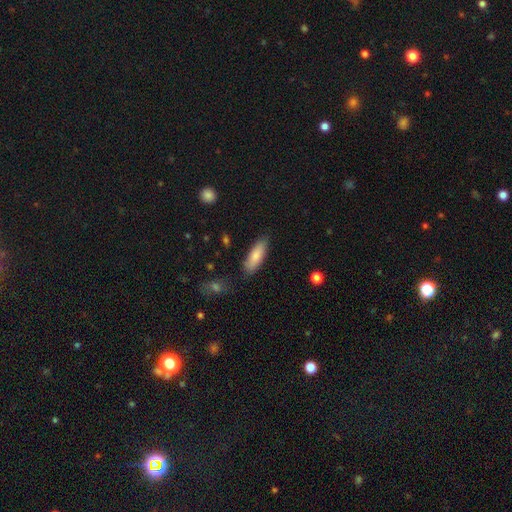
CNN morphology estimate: A smooth galaxy with no disk features (82%) that is in between round and cigar-shaped (61%). Merging: none (80%).